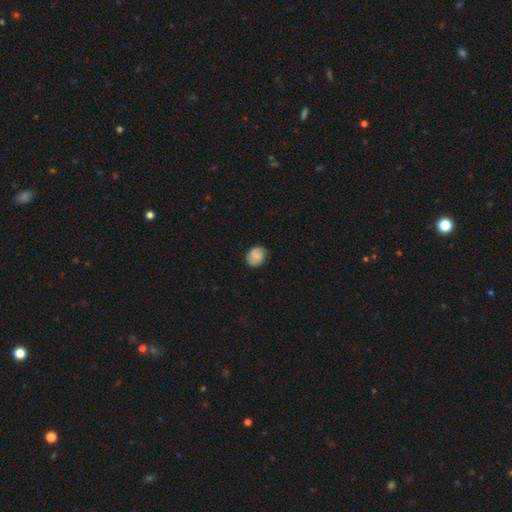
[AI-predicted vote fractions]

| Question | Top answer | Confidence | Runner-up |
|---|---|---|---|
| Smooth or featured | smooth | 55% | featured or disk (36%) |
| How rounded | round | 60% | in between (39%) |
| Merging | none | 78% | minor disturbance (16%) |